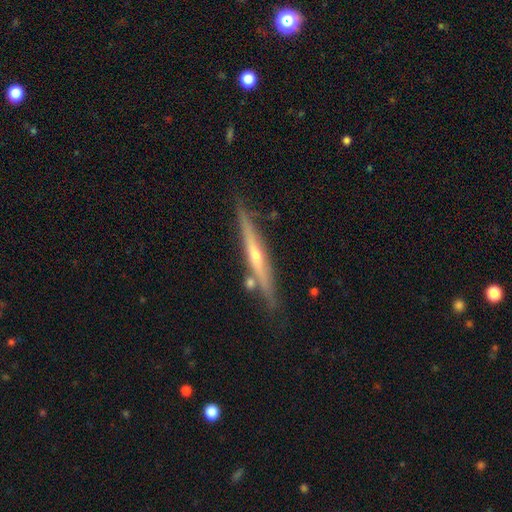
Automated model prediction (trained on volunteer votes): featured or disk 76%, smooth 18%, star or artifact 6%. Down the decision tree: edge-on disk — yes (96%); edge-on bulge — rounded (76%); merging — none (82%).